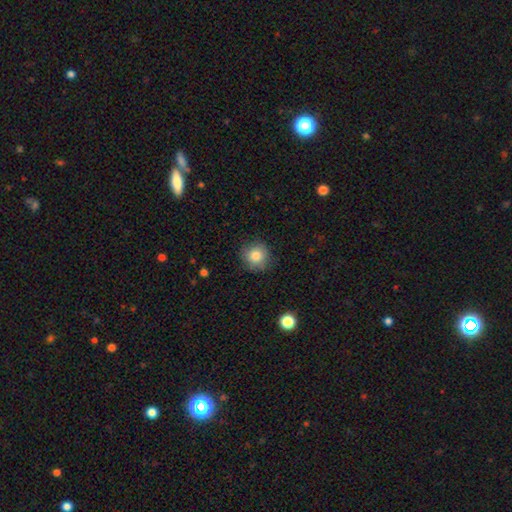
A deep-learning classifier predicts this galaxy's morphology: This is clearly a smooth galaxy (83%). How rounded: clearly round (92%). Merging: clearly none (84%).